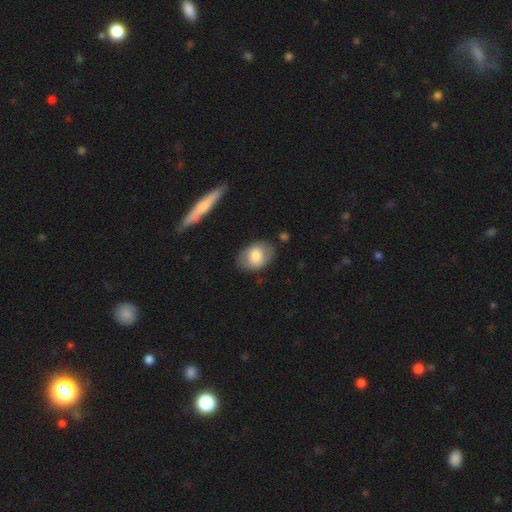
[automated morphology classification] Smooth or featured? Predicted: smooth (p=0.75). How rounded? Predicted: in between (p=0.77). Merging? Predicted: none (p=0.78).